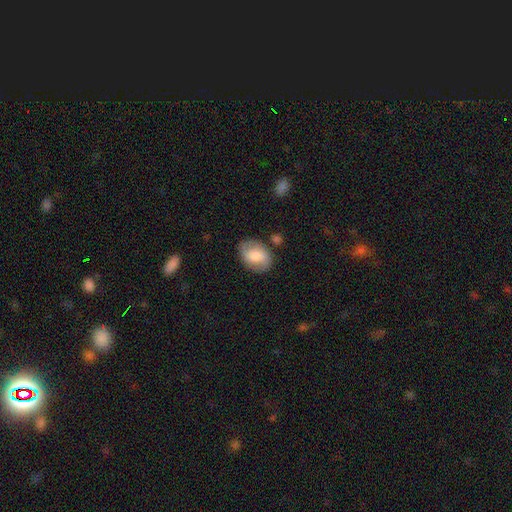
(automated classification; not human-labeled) A smooth galaxy with no disk features (64%) that is in between round and cigar-shaped (75%). Merging: none (77%).